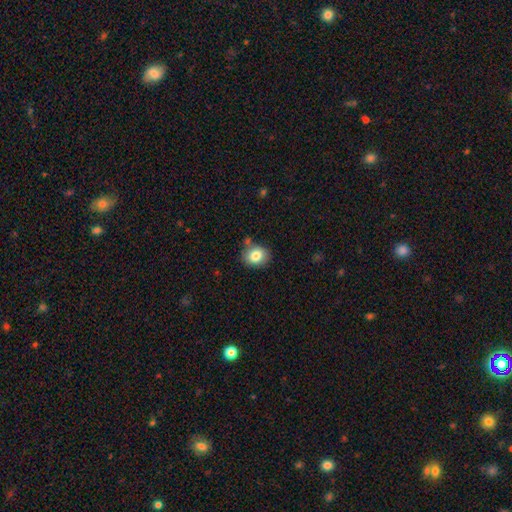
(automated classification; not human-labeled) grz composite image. It shows a smooth galaxy with no disk features (82%) that is round (56%). Merging: none (75%).